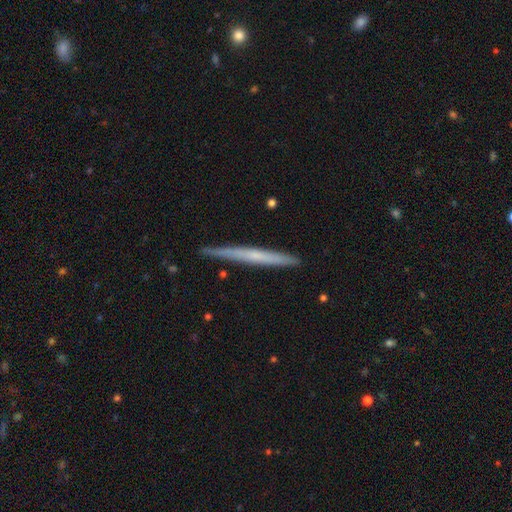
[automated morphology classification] This is possibly a featured or disk galaxy (48%). Merging: clearly none (89%).